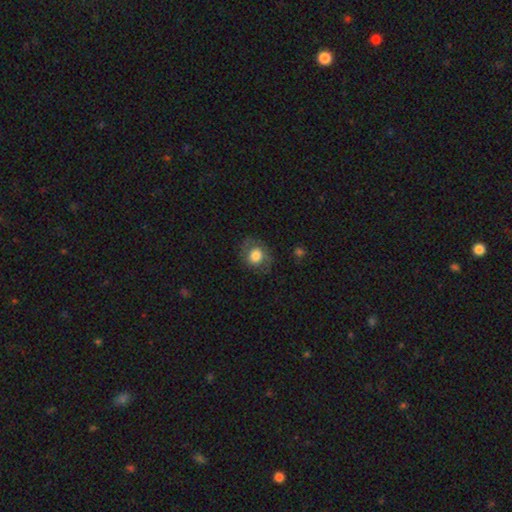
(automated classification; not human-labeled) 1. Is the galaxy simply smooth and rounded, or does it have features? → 69% smooth, 23% featured or disk, 9% star or artifact.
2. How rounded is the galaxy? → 72% round, 27% in between, 1% cigar-shaped.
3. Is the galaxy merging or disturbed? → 70% none, 19% minor disturbance, 10% major disturbance, 1% merger.